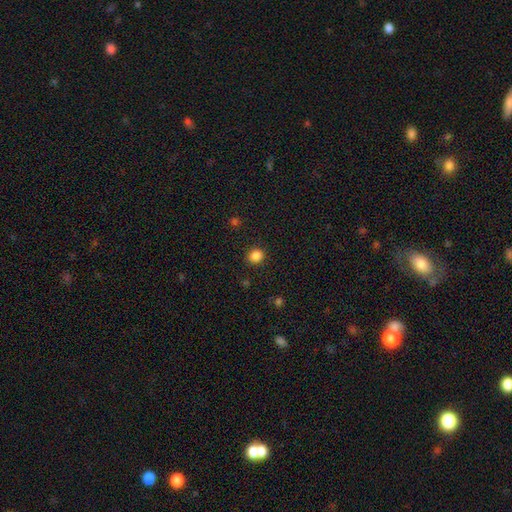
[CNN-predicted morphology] Overall: smooth (85%). How rounded: round (74%). Merging: none (88%).